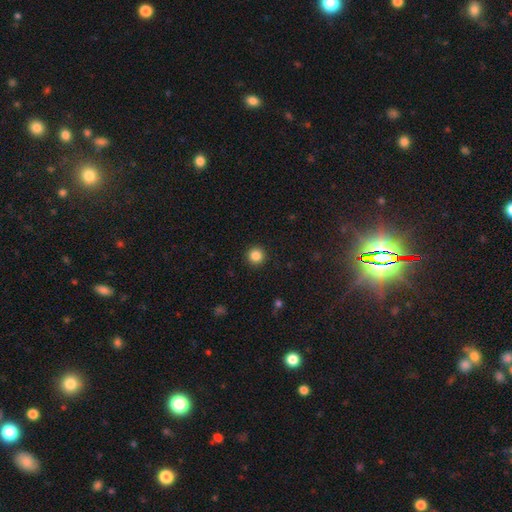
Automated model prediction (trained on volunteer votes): Smooth or featured? smooth (85%)
How rounded? round (96%)
Merging? none (93%)